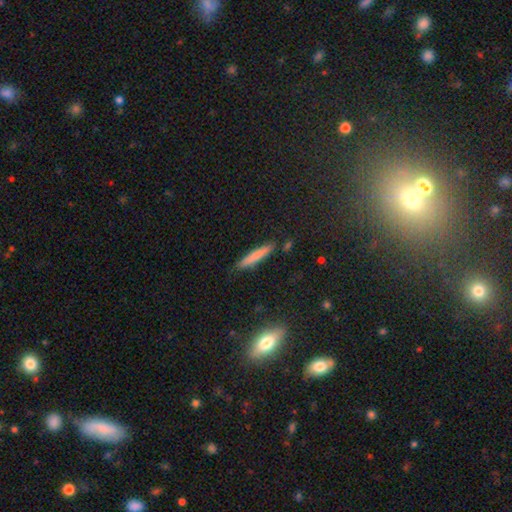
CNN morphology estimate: type=smooth (76%); roundness=cigar-shaped (93%); merging=none (88%).